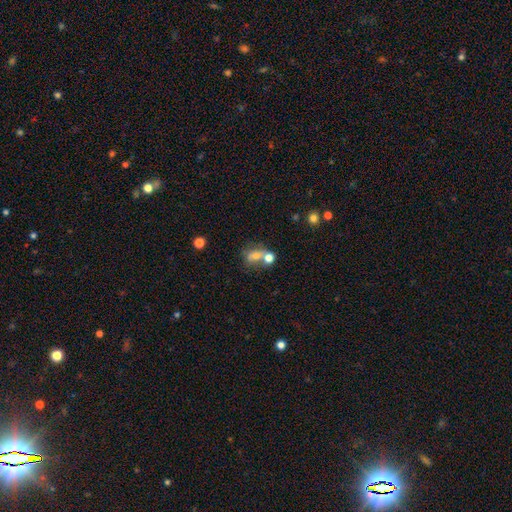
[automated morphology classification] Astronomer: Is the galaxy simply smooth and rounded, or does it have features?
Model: smooth — 63%.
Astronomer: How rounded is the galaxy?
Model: in between — 56% (runner-up: round, 41%).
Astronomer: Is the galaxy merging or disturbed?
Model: merger — 47% (runner-up: none, 32%).